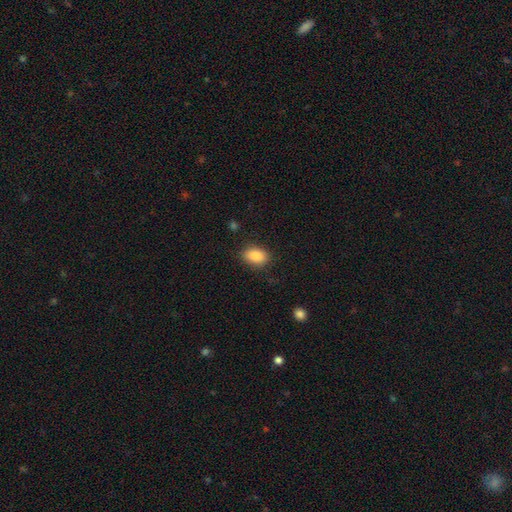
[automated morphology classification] A smooth galaxy with no disk features (87%) that is in between round and cigar-shaped (83%). Merging: none (84%).